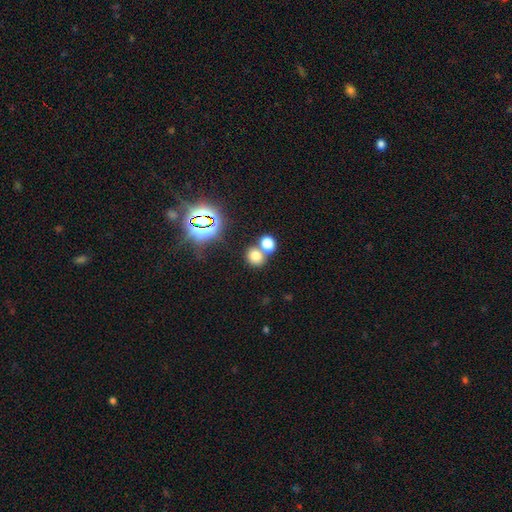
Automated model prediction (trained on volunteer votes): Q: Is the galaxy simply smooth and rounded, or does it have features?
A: smooth — 73%.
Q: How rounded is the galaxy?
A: round — 73%.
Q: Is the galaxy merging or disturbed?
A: none — 51%.